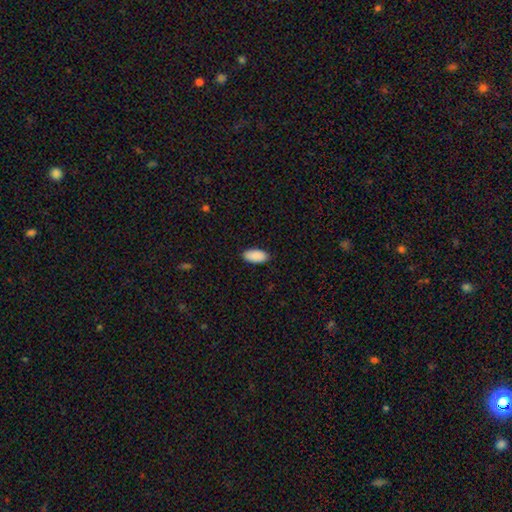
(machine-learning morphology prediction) Q: Smooth or featured?
A: smooth (91%); runner-up: star or artifact (6%)
Q: How rounded?
A: in between (94%); runner-up: cigar-shaped (4%)
Q: Merging?
A: none (88%); runner-up: minor disturbance (9%)